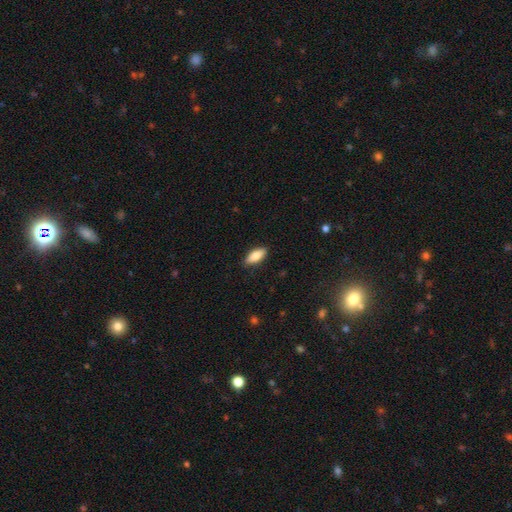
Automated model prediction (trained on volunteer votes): Morphology: type=smooth (80%); roundness=in between (77%); merging=none (87%).